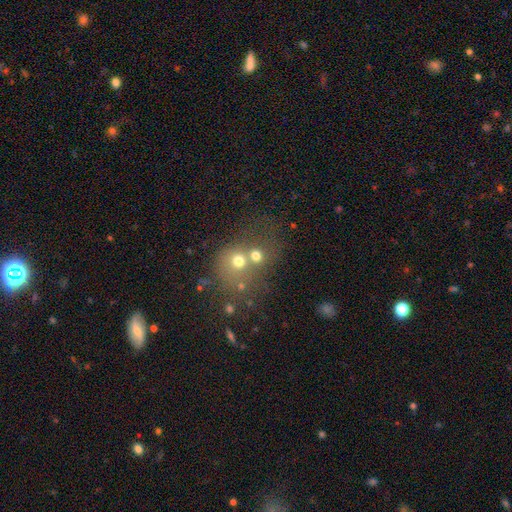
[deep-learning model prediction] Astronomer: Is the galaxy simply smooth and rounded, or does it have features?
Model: smooth — 63%.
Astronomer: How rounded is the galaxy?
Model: round — 76%.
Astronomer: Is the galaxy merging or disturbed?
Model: merger — 55% (runner-up: none, 32%).